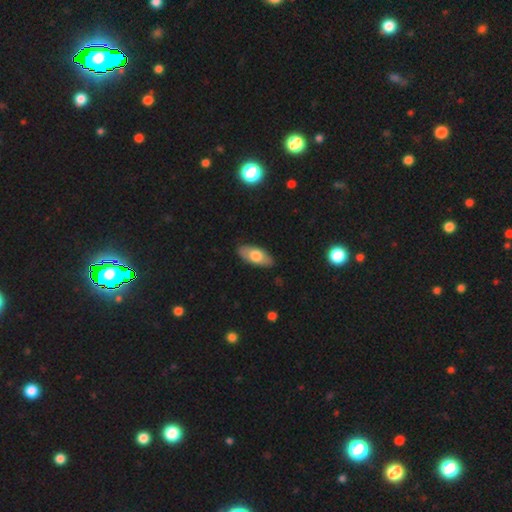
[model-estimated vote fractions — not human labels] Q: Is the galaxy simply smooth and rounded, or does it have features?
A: smooth — 65%.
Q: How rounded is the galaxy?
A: in between — 87%.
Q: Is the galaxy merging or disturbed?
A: none — 85%.